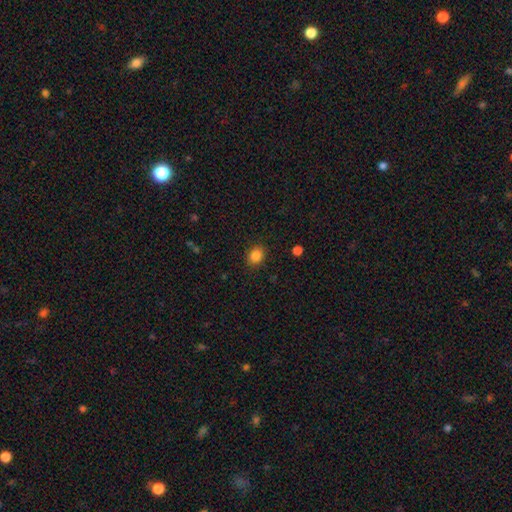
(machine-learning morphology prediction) This is clearly a smooth galaxy (86%). How rounded: possibly round (59%). Merging: clearly none (88%).